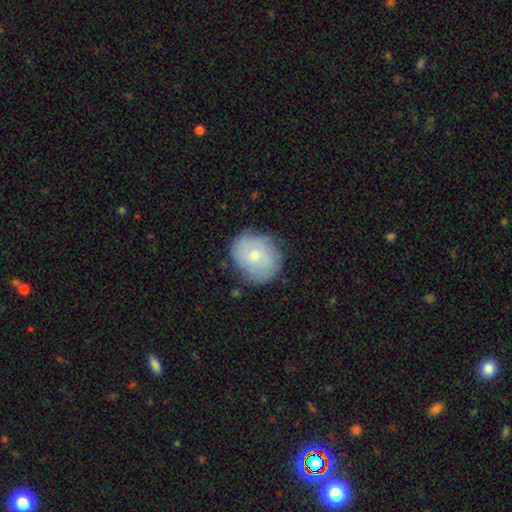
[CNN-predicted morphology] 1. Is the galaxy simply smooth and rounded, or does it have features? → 56% smooth, 37% featured or disk, 7% star or artifact.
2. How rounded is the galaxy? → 71% round, 28% in between, 1% cigar-shaped.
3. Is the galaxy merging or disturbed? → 71% none, 22% minor disturbance, 6% major disturbance, 2% merger.